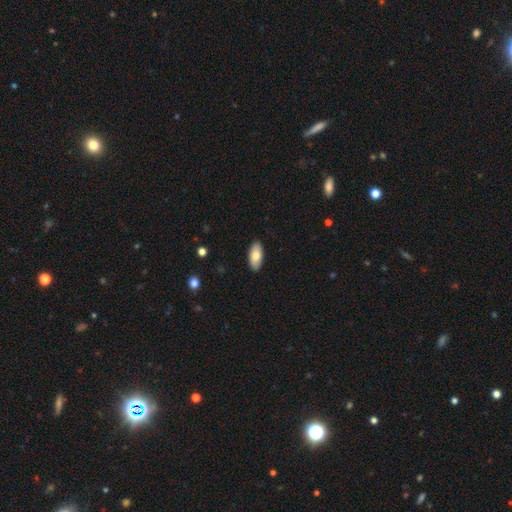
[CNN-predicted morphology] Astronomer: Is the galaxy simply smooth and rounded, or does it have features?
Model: smooth — 80%.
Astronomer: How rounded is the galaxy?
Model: in between — 90%.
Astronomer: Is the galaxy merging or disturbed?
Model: none — 90%.